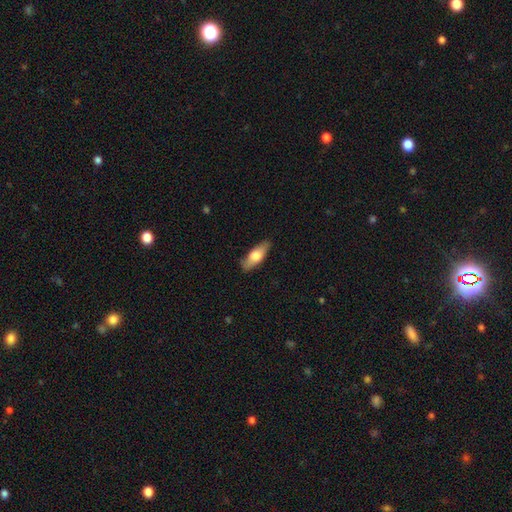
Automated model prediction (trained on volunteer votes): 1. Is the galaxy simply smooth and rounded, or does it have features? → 65% smooth, 30% featured or disk, 6% star or artifact.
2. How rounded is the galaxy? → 67% in between, 30% cigar-shaped, 3% round.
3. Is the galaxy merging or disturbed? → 82% none, 14% minor disturbance, 3% major disturbance, 1% merger.